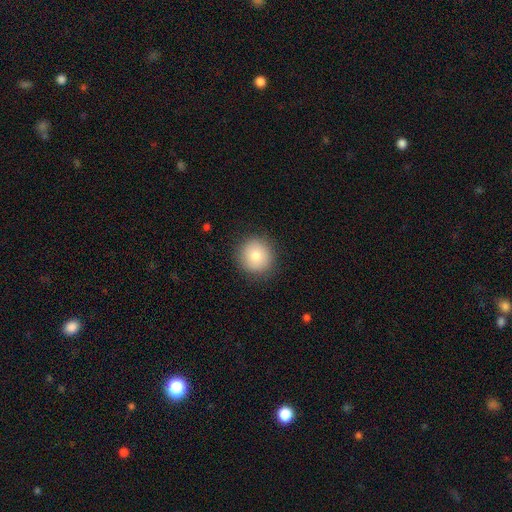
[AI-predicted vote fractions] Smooth or featured? smooth (79%)
How rounded? round (93%)
Merging? none (89%)